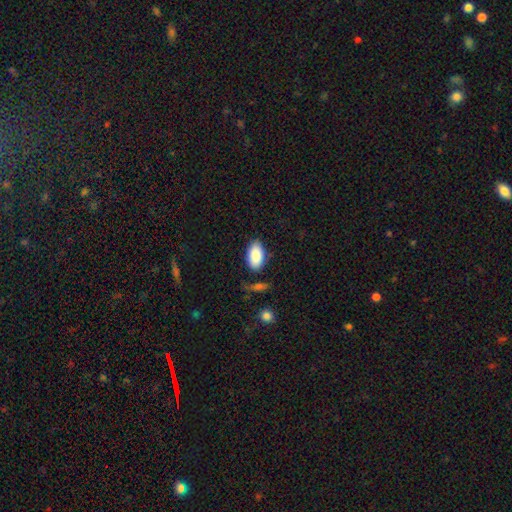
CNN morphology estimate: Smooth or featured? Predicted: smooth (p=0.88). How rounded? Predicted: in between (p=0.95). Merging? Predicted: none (p=0.76).